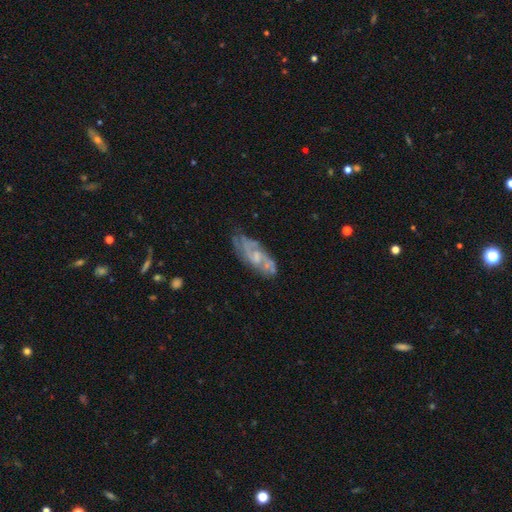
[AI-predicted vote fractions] This is likely a featured or disk galaxy (68%). It is clearly not viewed edge-on (88%). Bar: likely no (66%). Spiral arm pattern: likely yes (72%). Central bulge: marginally small (45%). Merging: possibly none (59%).